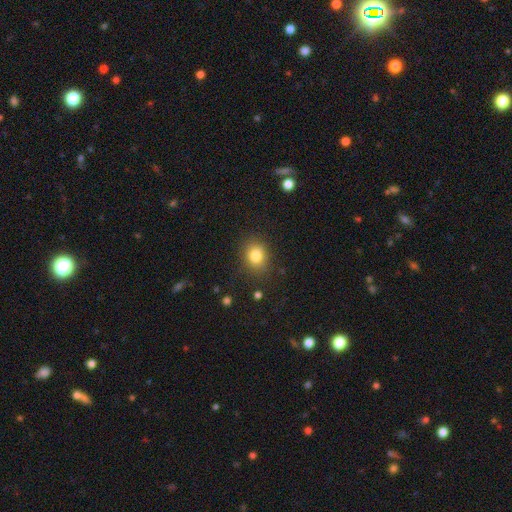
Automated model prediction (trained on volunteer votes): Morphology: type=smooth (81%); roundness=round (61%); merging=none (84%).